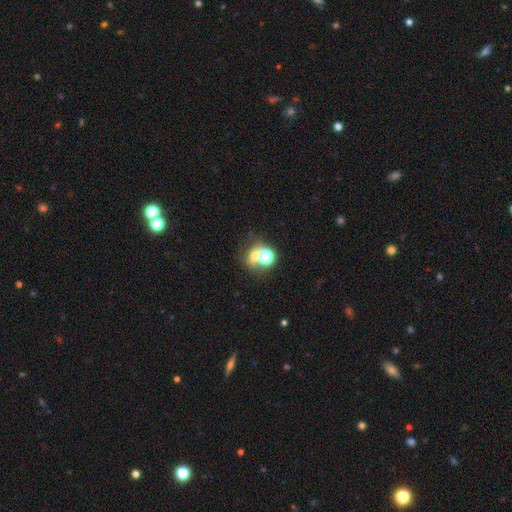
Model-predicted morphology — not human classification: smooth-or-featured: smooth: 59% | star or artifact: 24% | featured or disk: 17%
  how-rounded: round: 64% | in between: 35% | cigar-shaped: 1%
  merging: merger: 46% | none: 39% | minor disturbance: 8% | major disturbance: 6%